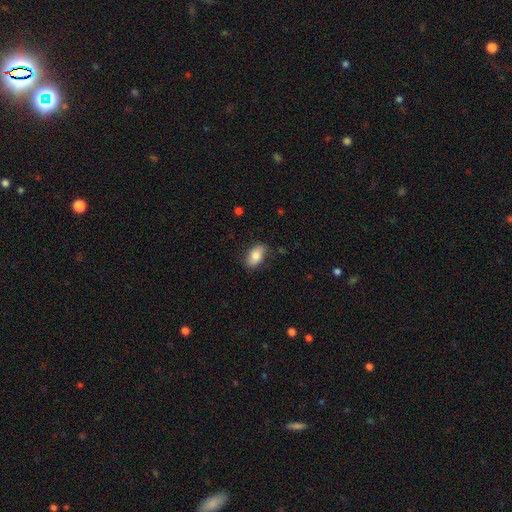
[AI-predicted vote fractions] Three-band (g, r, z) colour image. It shows a smooth galaxy with no disk features (80%) that is in between round and cigar-shaped (92%). Merging: none (79%).